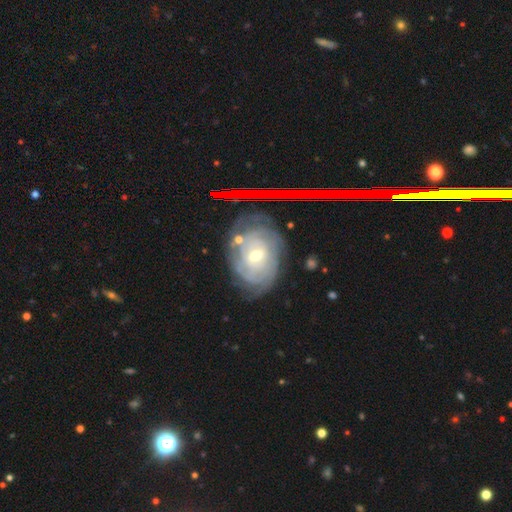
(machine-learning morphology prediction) type=featured or disk (78%); edge-on=no (96%); bar=no (53%); spiral arms=yes (90%); winding=tight (76%); arm count=can't tell (50%); bulge=moderate (55%); merging=none (68%).